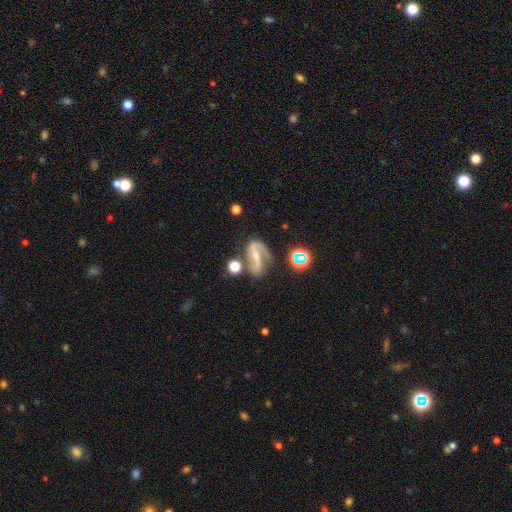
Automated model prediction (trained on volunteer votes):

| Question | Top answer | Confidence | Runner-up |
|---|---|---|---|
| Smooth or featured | featured or disk | 82% | smooth (9%) |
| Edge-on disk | no | 96% | yes (4%) |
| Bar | strong | 51% | weak (31%) |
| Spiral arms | yes | 94% | no (6%) |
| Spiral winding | medium | 48% | loose (36%) |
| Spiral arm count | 2 | 86% | 1 (8%) |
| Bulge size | small | 65% | moderate (25%) |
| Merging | none | 63% | minor disturbance (19%) |